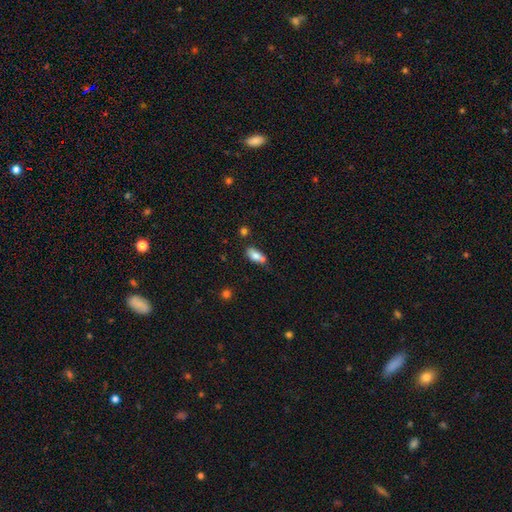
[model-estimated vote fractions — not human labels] A smooth galaxy with no disk features (78%) that is in between round and cigar-shaped (82%). Merging: none (50%).